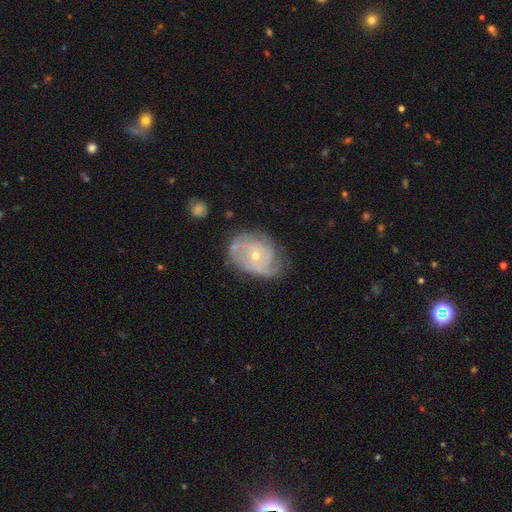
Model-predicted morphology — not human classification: Smooth or featured: featured or disk — 78% (smooth — 15%)
Edge-on disk: no — 97% (yes — 3%)
Bar: no — 77% (weak — 20%)
Spiral arms: yes — 89% (no — 11%)
Spiral winding: tight — 57% (medium — 32%)
Spiral arm count: can't tell — 34% (2 — 30%)
Bulge size: small — 59% (moderate — 38%)
Merging: none — 62% (minor disturbance — 27%)